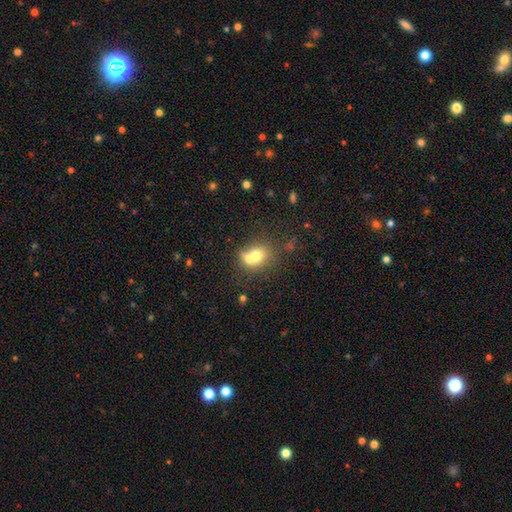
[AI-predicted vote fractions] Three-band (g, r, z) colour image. It shows a smooth galaxy with no disk features (68%) that is round (64%). Merging: merger (58%).